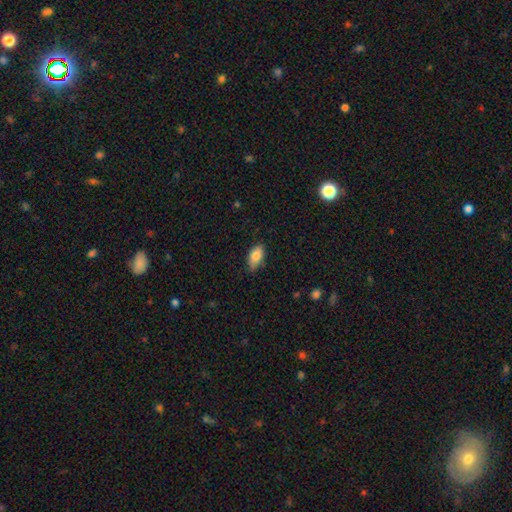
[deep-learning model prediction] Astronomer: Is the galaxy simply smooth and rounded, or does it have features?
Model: smooth — 82%.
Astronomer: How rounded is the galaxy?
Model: in between — 91%.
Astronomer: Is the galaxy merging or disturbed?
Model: none — 73%.